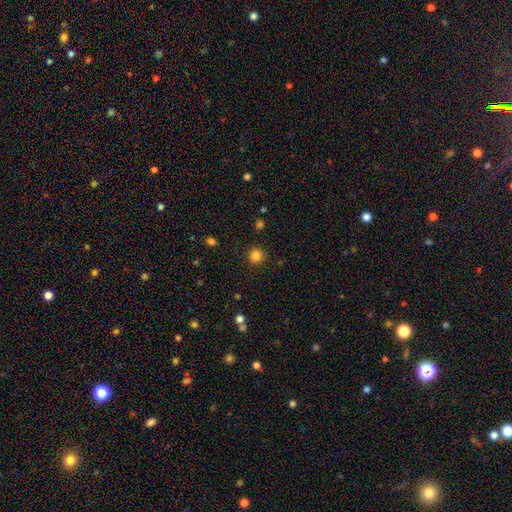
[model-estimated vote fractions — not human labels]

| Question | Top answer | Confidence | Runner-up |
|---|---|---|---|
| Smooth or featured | smooth | 84% | star or artifact (13%) |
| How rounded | round | 93% | in between (6%) |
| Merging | none | 89% | minor disturbance (7%) |